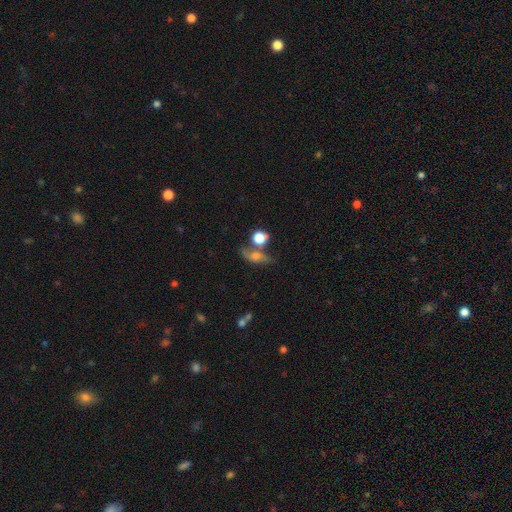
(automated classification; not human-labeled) Overall: smooth (47%; featured or disk 40%). Merging: none (47%; merger 22%).